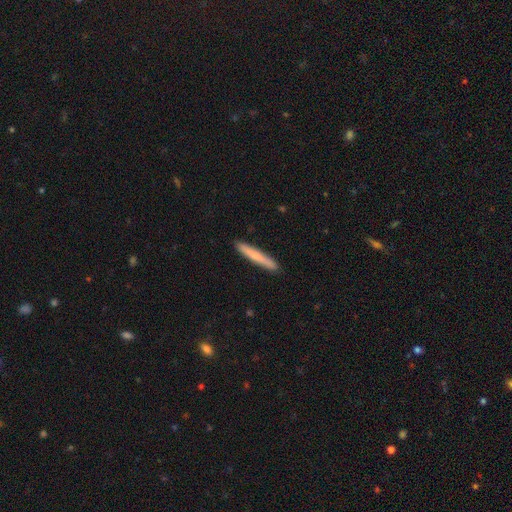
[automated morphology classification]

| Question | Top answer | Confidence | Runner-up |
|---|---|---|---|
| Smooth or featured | smooth | 68% | featured or disk (26%) |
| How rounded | cigar-shaped | 95% | in between (3%) |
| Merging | none | 91% | minor disturbance (6%) |